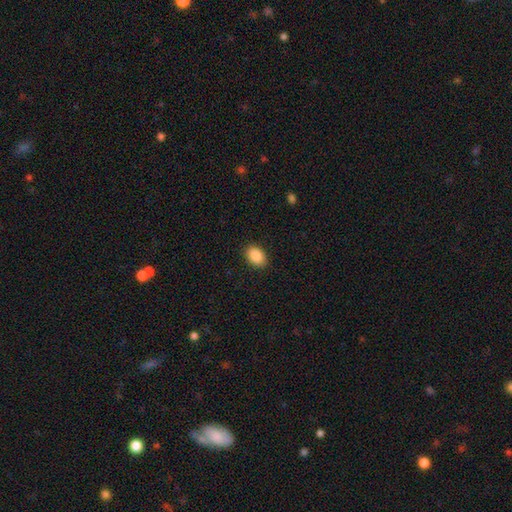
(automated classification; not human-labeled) smooth-or-featured: smooth: 90% | star or artifact: 7% | featured or disk: 3%
  how-rounded: in between: 84% | round: 15% | cigar-shaped: 1%
  merging: none: 89% | minor disturbance: 8% | major disturbance: 2% | merger: 1%